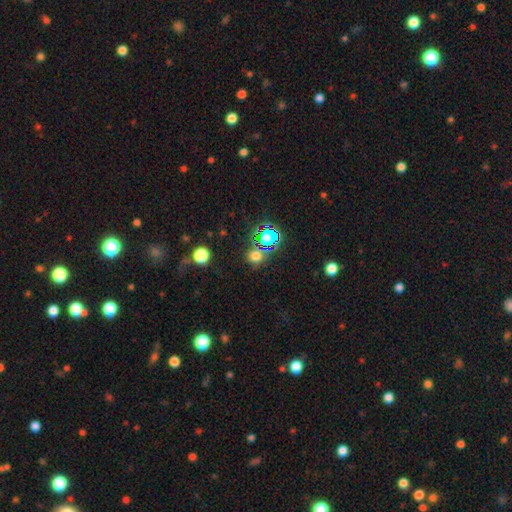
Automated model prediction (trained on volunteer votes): A smooth galaxy with no disk features (60%) that is round (85%). Merging: none (79%).